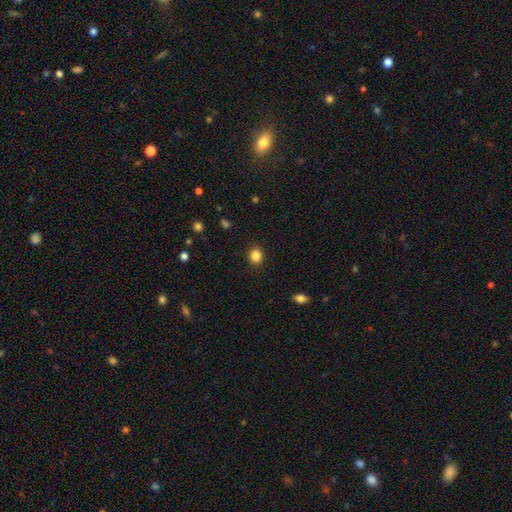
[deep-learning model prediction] A smooth galaxy with no disk features (85%) that is round (77%). Merging: none (91%).